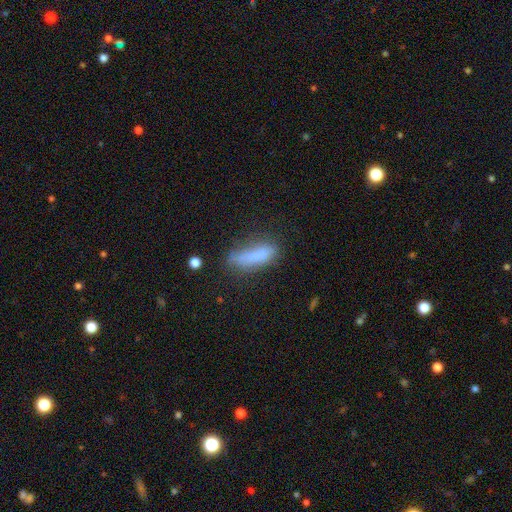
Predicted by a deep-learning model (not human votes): Smooth or featured? smooth (76%)
How rounded? cigar-shaped (61%)
Merging? none (56%)